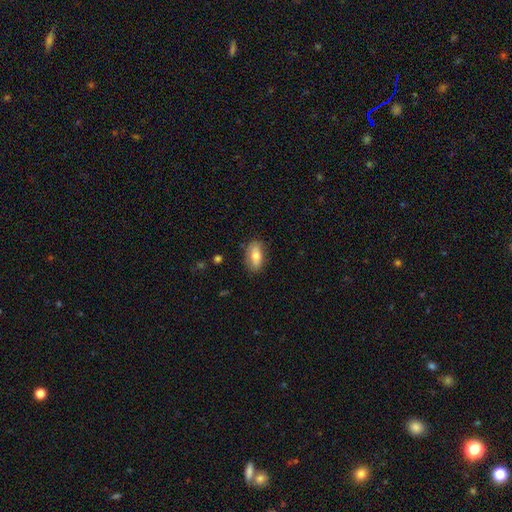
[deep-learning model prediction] Smooth or featured?
  - smooth: 72% *
  - featured or disk: 21%
  - star or artifact: 7%
How rounded?
  - in between: 89% *
  - cigar-shaped: 7%
  - round: 4%
Merging?
  - none: 81% *
  - minor disturbance: 15%
  - major disturbance: 3%
  - merger: 1%